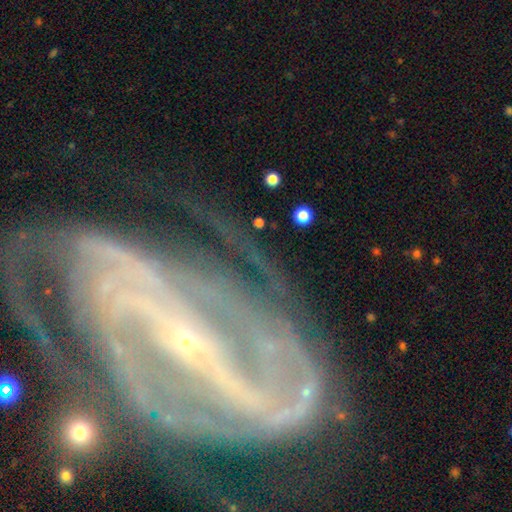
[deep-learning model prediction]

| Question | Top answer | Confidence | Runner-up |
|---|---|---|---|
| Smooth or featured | featured or disk | 86% | star or artifact (8%) |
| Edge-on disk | no | 93% | yes (7%) |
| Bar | strong | 68% | weak (18%) |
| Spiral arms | yes | 94% | no (6%) |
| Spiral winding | tight | 45% | medium (39%) |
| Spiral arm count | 2 | 51% | can't tell (13%) |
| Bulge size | small | 85% | moderate (10%) |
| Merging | none | 65% | minor disturbance (17%) |